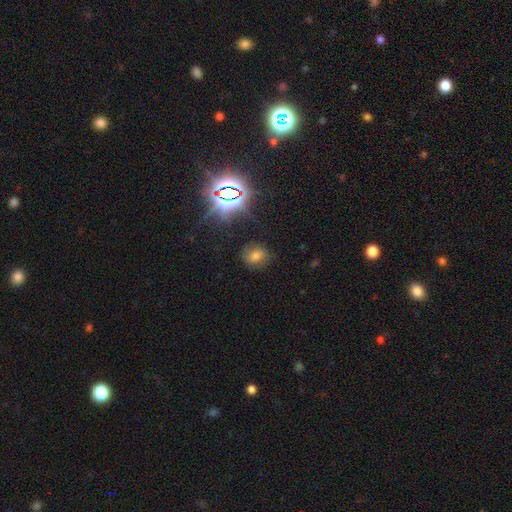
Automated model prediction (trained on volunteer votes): Q: Smooth or featured?
A: smooth (50%); runner-up: star or artifact (36%)
Q: How rounded?
A: round (61%); runner-up: in between (37%)
Q: Merging?
A: none (82%); runner-up: minor disturbance (12%)